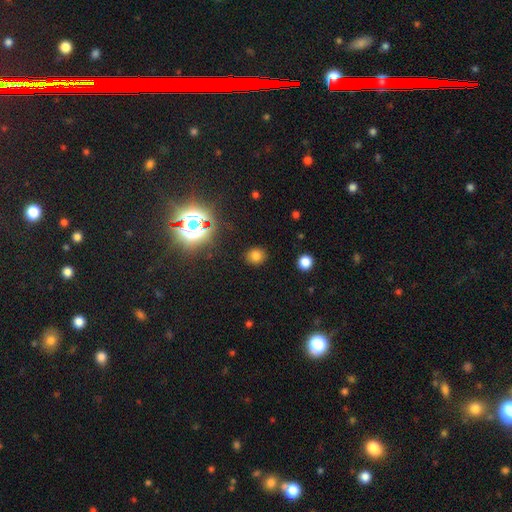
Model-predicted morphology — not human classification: A smooth galaxy with no disk features (74%) that is round (75%).

Vote fractions:
- Smooth or featured? smooth: 74% / star or artifact: 20% / featured or disk: 6%
- How rounded? round: 75% / in between: 24% / cigar-shaped: 1%
- Merging? none: 88% / minor disturbance: 8% / major disturbance: 3% / merger: 2%